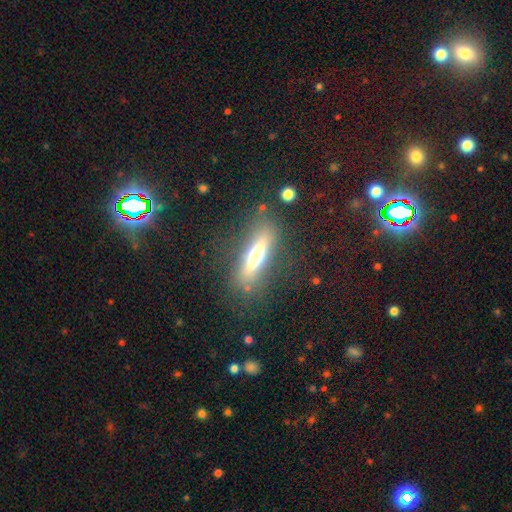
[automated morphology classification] smooth_or_featured: smooth (p=0.47) [alt: featured or disk p=0.45]
merging: none (p=0.80) [alt: minor disturbance p=0.12]